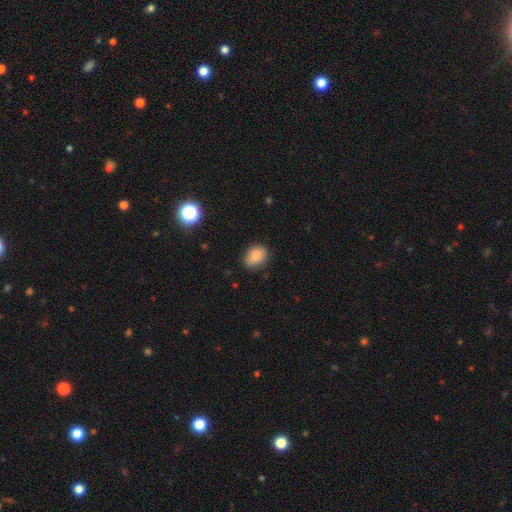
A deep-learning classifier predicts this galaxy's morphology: Smooth or featured? Predicted: smooth (p=0.84). How rounded? Predicted: in between (p=0.70). Merging? Predicted: none (p=0.81).